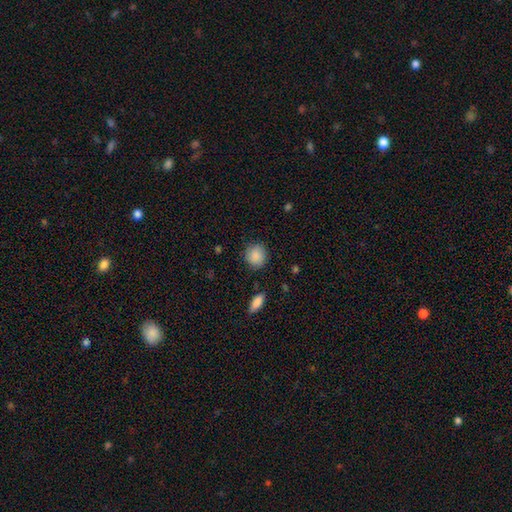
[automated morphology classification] The model was most divided on "how rounded": round: 81%, in between: 18%, cigar-shaped: 1%. More confident: smooth or featured — smooth (88%); merging — none (85%).